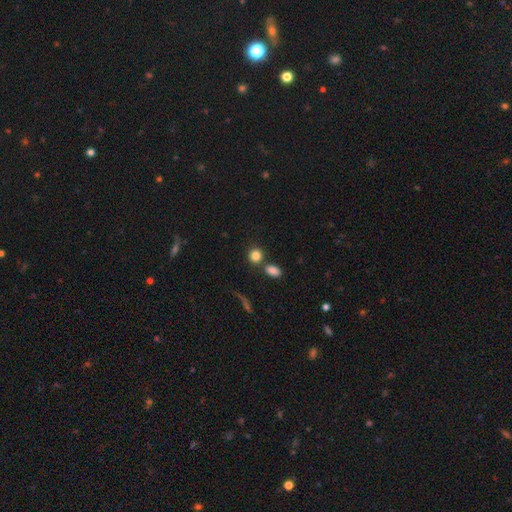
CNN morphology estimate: The model was most divided on "merging": none: 66%, merger: 21%, minor disturbance: 9%, major disturbance: 4%. More confident: smooth or featured — smooth (83%); how rounded — round (80%).